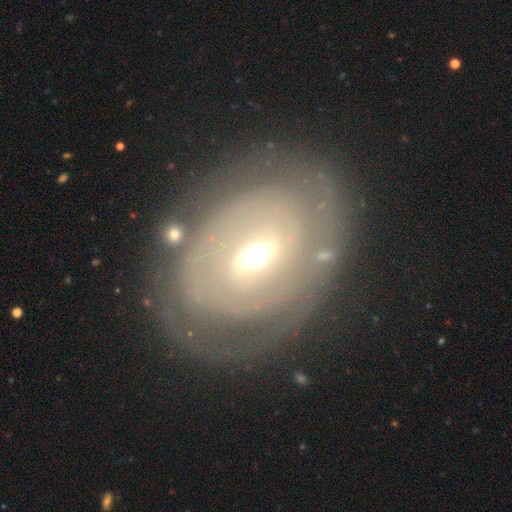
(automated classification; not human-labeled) Overall: featured or disk (78%). Edge-on disk: no (95%). Bar: weak (48%; no 33%). Spiral arms: yes (73%). Spiral arm count: can't tell (49%; 2 28%). Spiral winding: tight (72%). Bulge size: moderate (64%). Merging: none (70%).